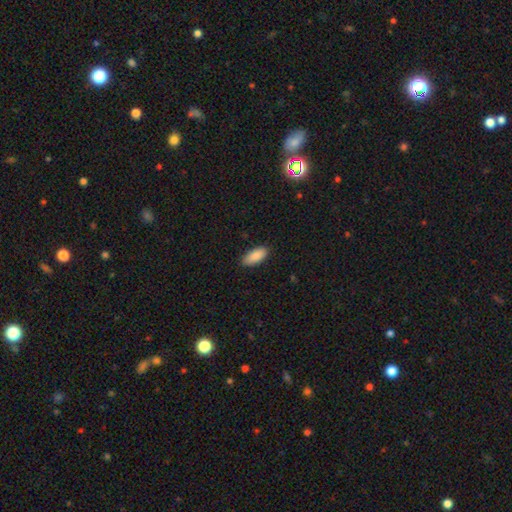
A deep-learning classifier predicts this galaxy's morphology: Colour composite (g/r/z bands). It shows a smooth galaxy with no disk features (89%) that is in between round and cigar-shaped (88%). Merging: none (88%).